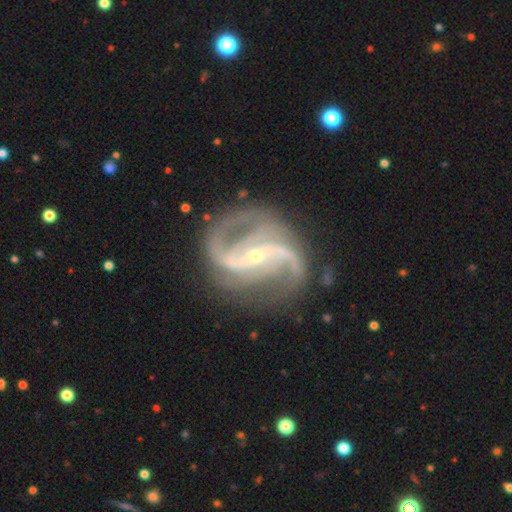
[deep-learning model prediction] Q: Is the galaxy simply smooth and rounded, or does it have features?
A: featured or disk — 93%.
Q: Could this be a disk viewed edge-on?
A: no — 98%.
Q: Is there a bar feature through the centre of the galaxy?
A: strong — 54%.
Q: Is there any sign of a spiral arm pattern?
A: yes — 98%.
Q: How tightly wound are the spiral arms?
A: medium — 49%.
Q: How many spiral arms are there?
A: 2 — 72%.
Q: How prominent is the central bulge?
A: small — 80%.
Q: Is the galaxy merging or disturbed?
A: none — 72%.